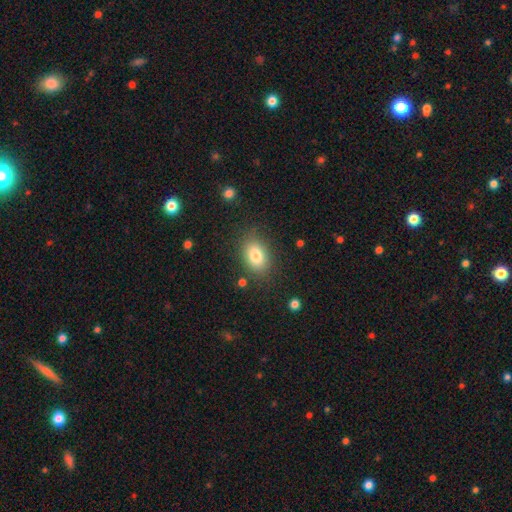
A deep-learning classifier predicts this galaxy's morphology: A smooth galaxy with no disk features (81%) that is in between round and cigar-shaped (81%).

Vote fractions:
- Smooth or featured? smooth: 81% / featured or disk: 10% / star or artifact: 9%
- How rounded? in between: 81% / round: 17% / cigar-shaped: 1%
- Merging? none: 81% / minor disturbance: 13% / major disturbance: 4% / merger: 2%